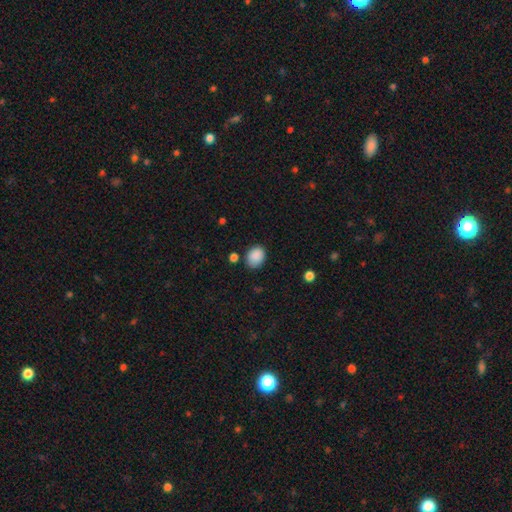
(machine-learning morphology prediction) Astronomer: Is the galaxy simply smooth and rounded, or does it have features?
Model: smooth — 88%.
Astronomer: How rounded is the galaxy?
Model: in between — 59% (runner-up: round, 40%).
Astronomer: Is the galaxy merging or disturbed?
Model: none — 75%.